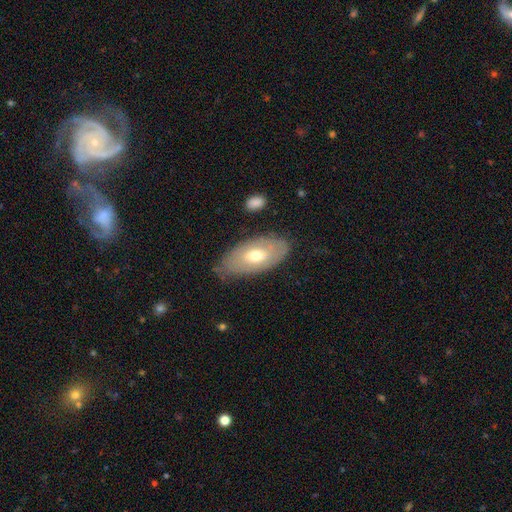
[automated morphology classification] A smooth galaxy with no disk features (51%) that is in between round and cigar-shaped (91%). Merging: none (73%).